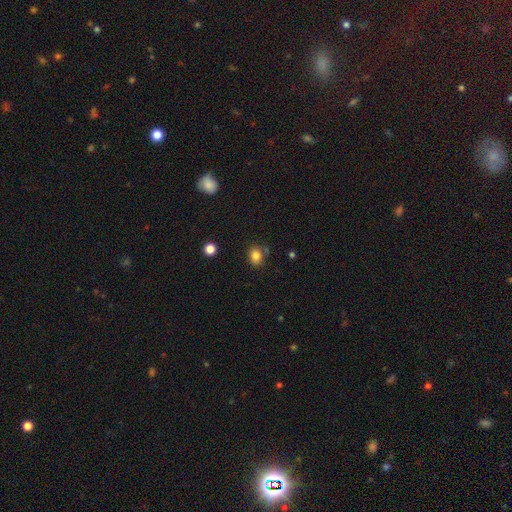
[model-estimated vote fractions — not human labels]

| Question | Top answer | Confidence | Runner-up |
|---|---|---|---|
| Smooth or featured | smooth | 82% | star or artifact (12%) |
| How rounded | round | 52% | in between (47%) |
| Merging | none | 75% | minor disturbance (15%) |